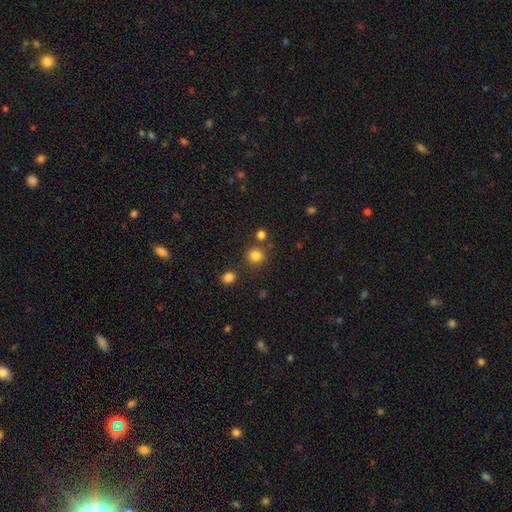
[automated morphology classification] This is clearly a smooth galaxy (81%). How rounded: clearly round (89%). Merging: likely none (78%).